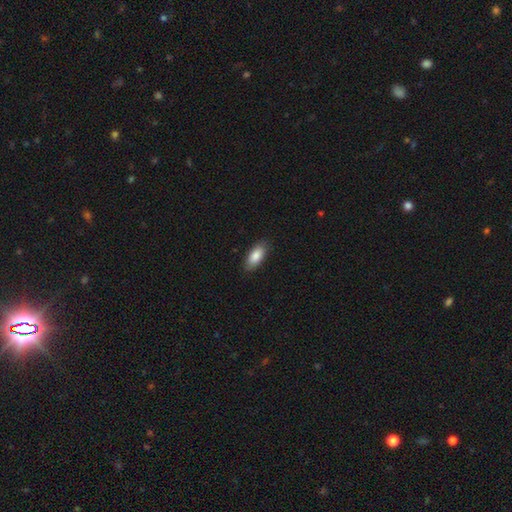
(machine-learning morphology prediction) Smooth or featured? smooth (86%)
How rounded? in between (86%)
Merging? none (86%)